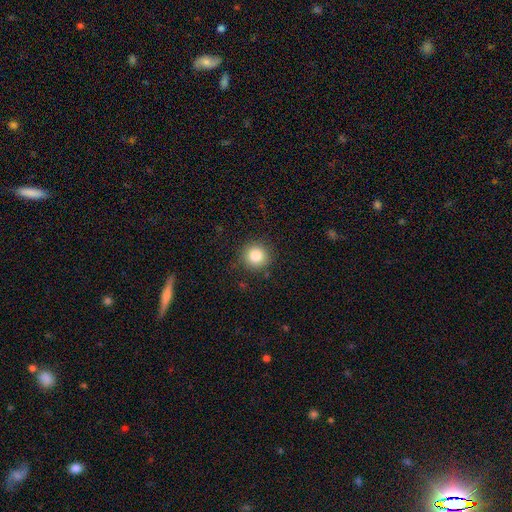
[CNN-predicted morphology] Smooth or featured? Predicted: smooth (p=0.84). How rounded? Predicted: round (p=0.94). Merging? Predicted: none (p=0.89).